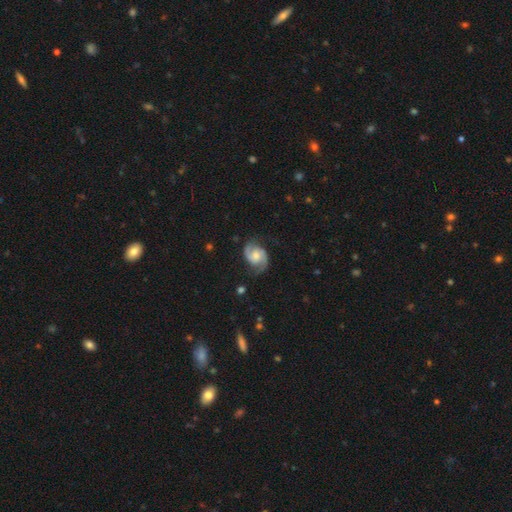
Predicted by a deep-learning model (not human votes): Overall: featured or disk (85%). Edge-on disk: no (98%). Bar: no (58%; weak 35%). Spiral arms: yes (97%). Spiral arm count: 2 (92%). Spiral winding: medium (54%; tight 24%). Bulge size: moderate (47%; small 30%). Merging: none (75%).